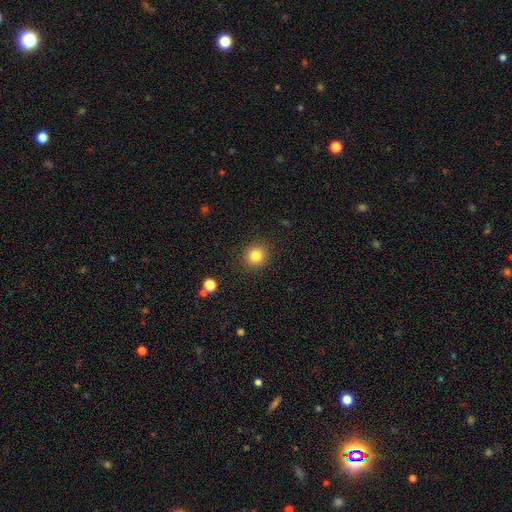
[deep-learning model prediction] Smooth or featured? Predicted: smooth (p=0.83). How rounded? Predicted: round (p=0.89). Merging? Predicted: none (p=0.90).